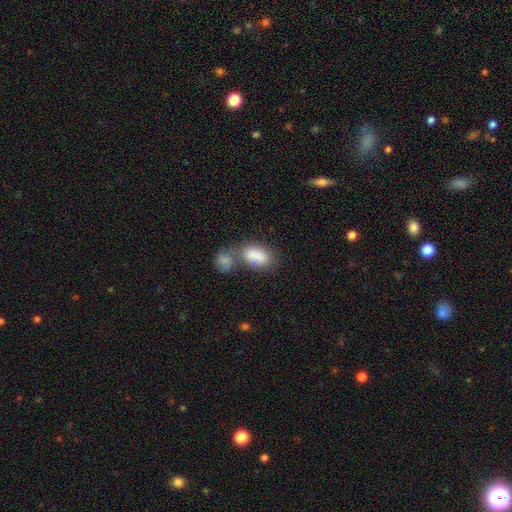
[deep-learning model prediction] smooth-or-featured: smooth: 82% | featured or disk: 10% | star or artifact: 8%
  how-rounded: in between: 88% | round: 9% | cigar-shaped: 3%
  merging: merger: 53% | none: 27% | minor disturbance: 12% | major disturbance: 8%